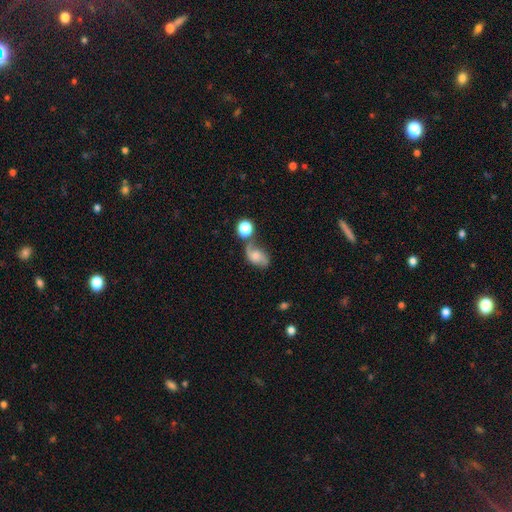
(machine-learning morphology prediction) smooth_or_featured: featured or disk (p=0.48) [alt: smooth p=0.42]
merging: none (p=0.37) [alt: merger p=0.24]